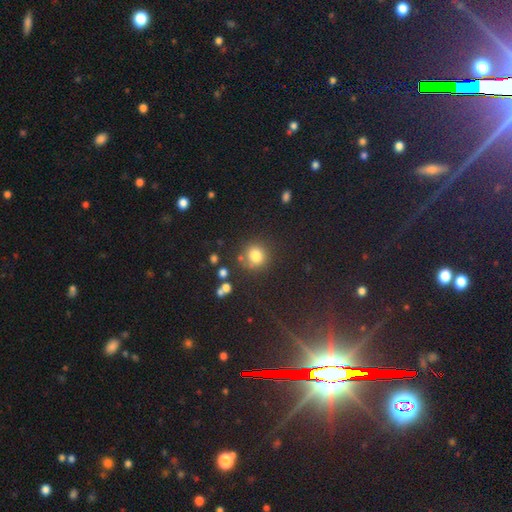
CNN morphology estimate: This appears to be a smooth galaxy with no disk features (79%) that is round (88%). Merging: none (73%).